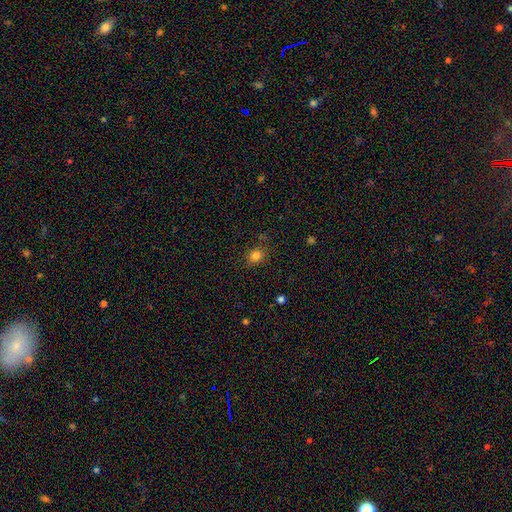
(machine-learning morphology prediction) smooth_or_featured: smooth (p=0.81) [alt: star or artifact p=0.14]
how_rounded: round (p=0.67) [alt: in between p=0.32]
merging: none (p=0.80) [alt: minor disturbance p=0.14]